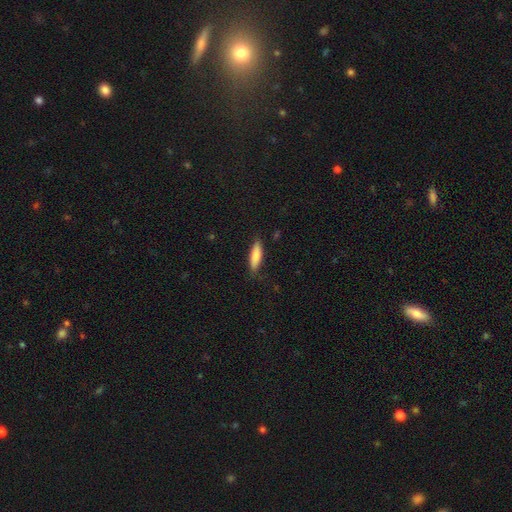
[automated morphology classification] smooth 80%, featured or disk 14%, star or artifact 6%. Down the decision tree: how rounded — cigar-shaped (63%); merging — none (82%).